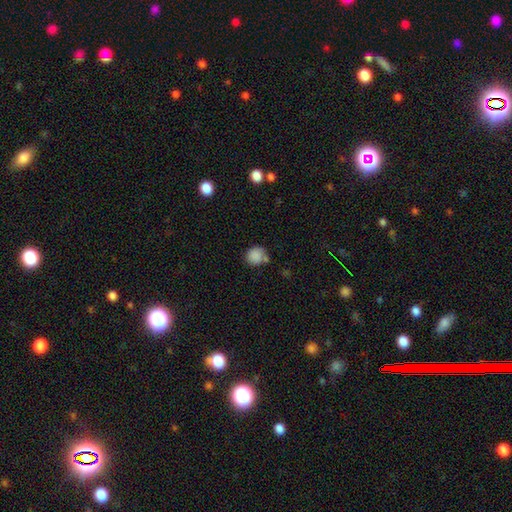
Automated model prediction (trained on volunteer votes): This is clearly a smooth galaxy (85%). How rounded: clearly round (85%). Merging: likely none (65%).